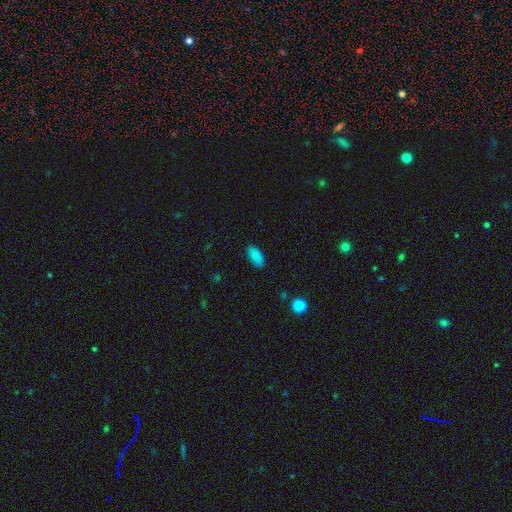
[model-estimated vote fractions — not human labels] This appears to be a smooth galaxy with no disk features (86%) that is in between round and cigar-shaped (92%). Merging: none (85%).